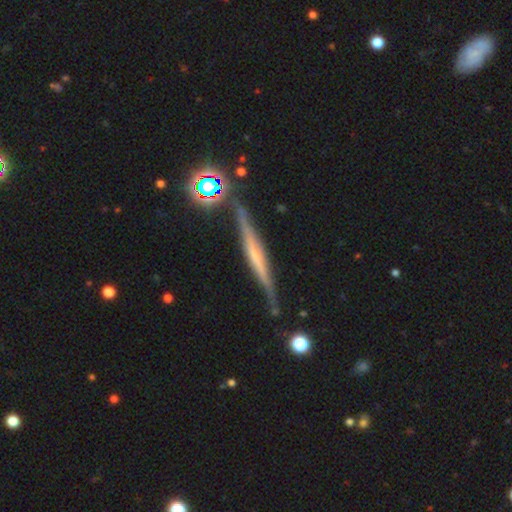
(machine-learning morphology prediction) featured or disk 68%, smooth 21%, star or artifact 11%. Down the decision tree: edge-on disk — yes (96%); edge-on bulge — none (45%); merging — none (80%).